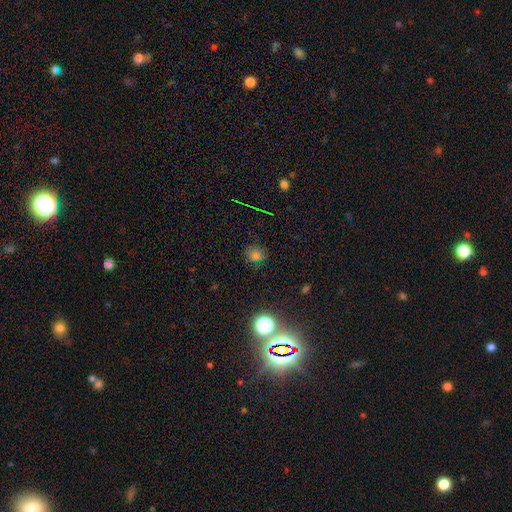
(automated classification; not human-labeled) A smooth galaxy with no disk features (65%) that is round (82%).

Vote fractions:
- Smooth or featured? smooth: 65% / star or artifact: 28% / featured or disk: 7%
- How rounded? round: 82% / in between: 17% / cigar-shaped: 1%
- Merging? none: 82% / minor disturbance: 12% / major disturbance: 4% / merger: 2%